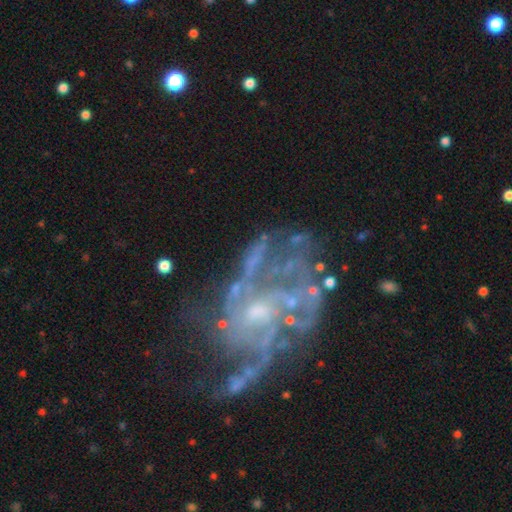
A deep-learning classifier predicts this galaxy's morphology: This is likely a featured or disk galaxy (74%). It is clearly not viewed edge-on (96%). Bar: likely no (64%). Spiral arm pattern: likely yes (75%). Spiral arm count: marginally can't tell (39%). Spiral winding: possibly tight (48%). Central bulge: marginally small (39%). Merging: possibly none (48%).